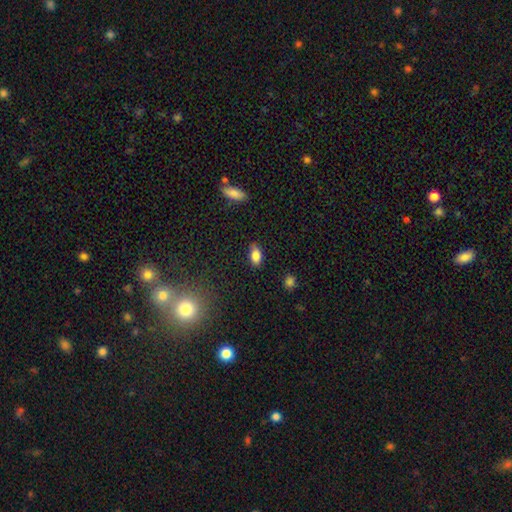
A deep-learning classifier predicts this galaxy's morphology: smooth 84%, star or artifact 9%, featured or disk 7%. Down the decision tree: how rounded — in between (90%); merging — none (79%).